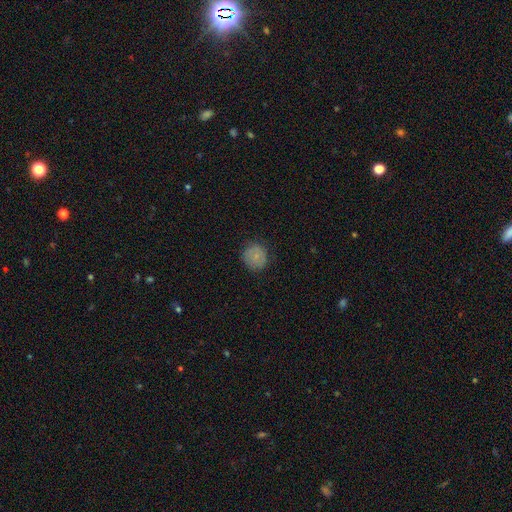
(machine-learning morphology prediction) Overall: smooth (77%). How rounded: round (89%). Merging: none (79%).